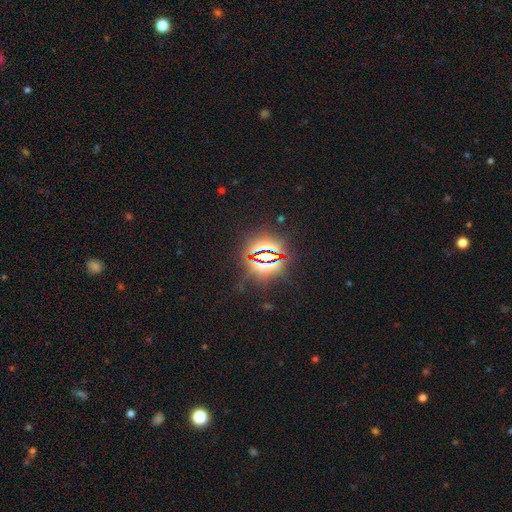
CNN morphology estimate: smooth_or_featured: star or artifact (p=0.83) [alt: smooth p=0.09]